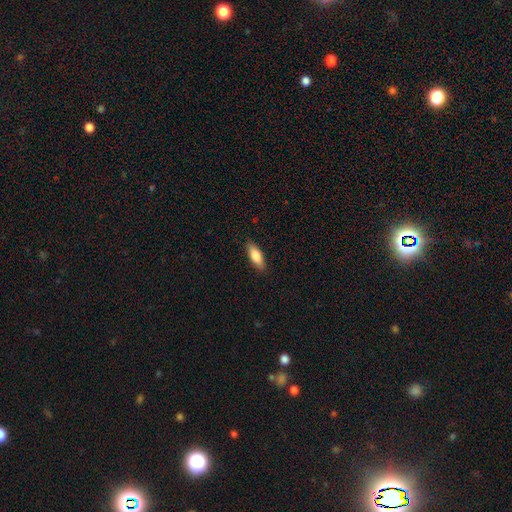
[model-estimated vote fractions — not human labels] Smooth or featured: smooth — 80% (featured or disk — 14%)
How rounded: in between — 65% (cigar-shaped — 33%)
Merging: none — 88% (minor disturbance — 9%)